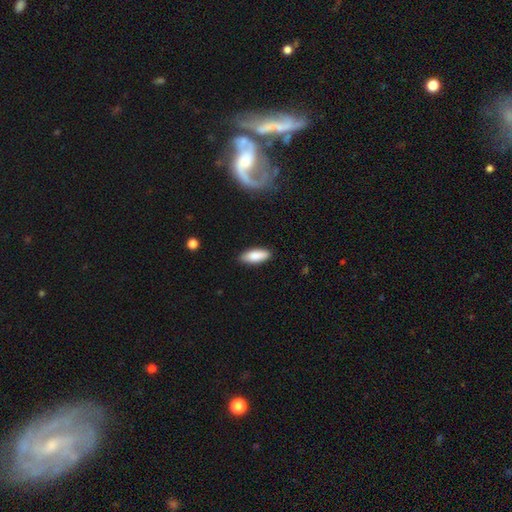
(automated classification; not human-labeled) Overall: smooth (85%). How rounded: in between (74%). Merging: none (86%).